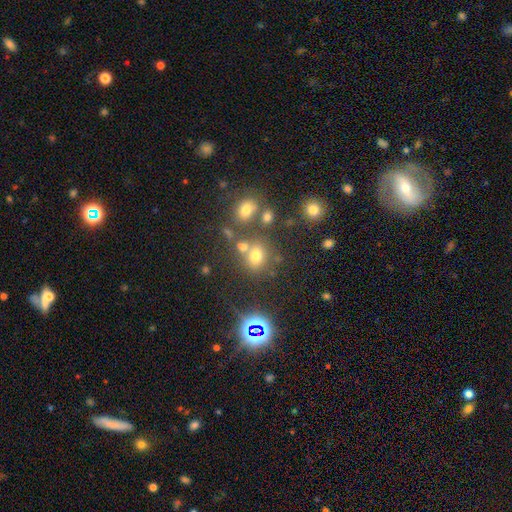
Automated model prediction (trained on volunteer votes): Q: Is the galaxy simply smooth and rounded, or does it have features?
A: smooth — 64%.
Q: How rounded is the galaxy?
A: round — 61%.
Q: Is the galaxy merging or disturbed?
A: none — 59%.